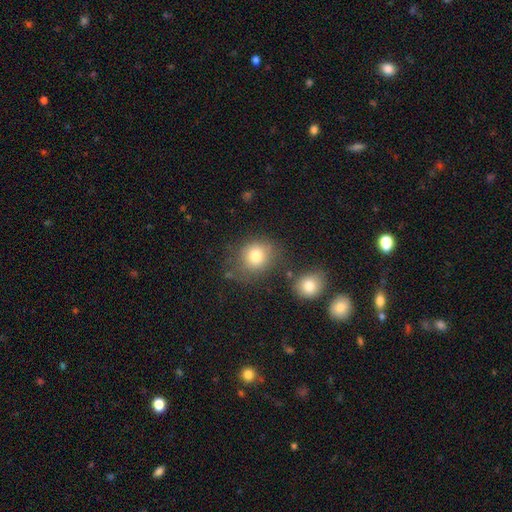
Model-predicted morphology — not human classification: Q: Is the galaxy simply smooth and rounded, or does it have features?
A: smooth — 79%.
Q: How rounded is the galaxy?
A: round — 71%.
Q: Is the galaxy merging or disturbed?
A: none — 65%.